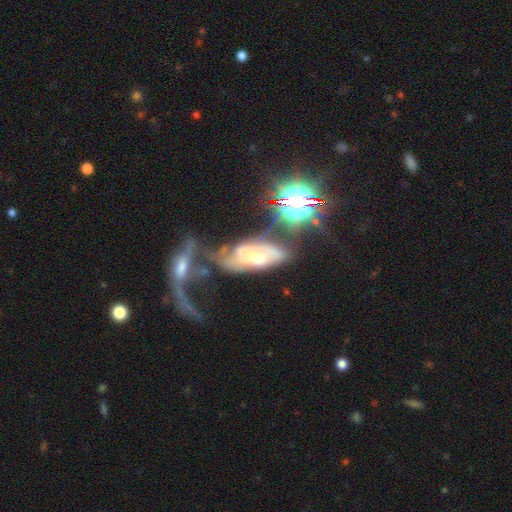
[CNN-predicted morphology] A featured or disk galaxy (63%) with no bar (59%), spiral arms (79%) and a small central bulge (33%).

Vote fractions:
- Smooth or featured? featured or disk: 63% / smooth: 22% / star or artifact: 15%
- Edge-on disk? no: 88% / yes: 12%
- Bar? no: 59% / weak: 28% / strong: 13%
- Spiral arms? yes: 79% / no: 21%
- Bulge size? small: 33% / moderate: 28% / none: 21% / large: 15% / dominant: 4%
- Merging? merger: 35% / major disturbance: 29% / none: 22% / minor disturbance: 15%